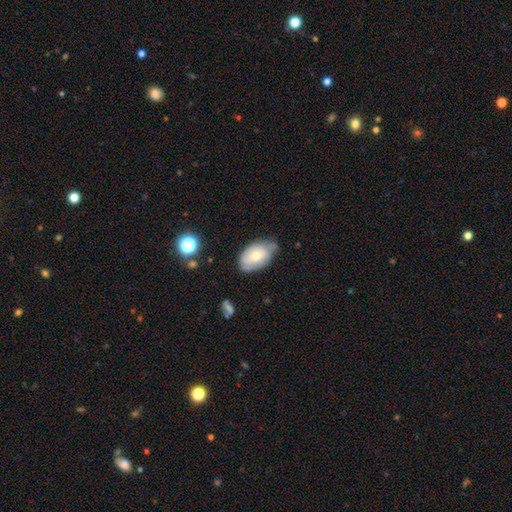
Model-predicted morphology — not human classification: This appears to be a smooth galaxy with no disk features (55%) that is in between round and cigar-shaped (89%). Merging: none (51%).